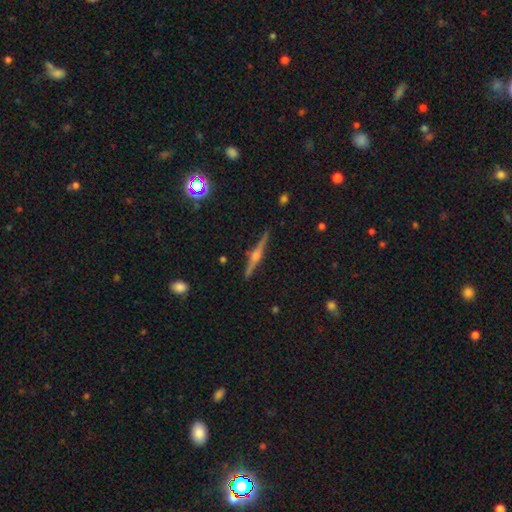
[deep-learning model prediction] smooth_or_featured: featured or disk (p=0.80) [alt: smooth p=0.12]
disk_edge_on: yes (p=0.98) [alt: no p=0.02]
edge_on_bulge: rounded (p=0.91) [alt: boxy p=0.06]
merging: none (p=0.91) [alt: minor disturbance p=0.07]